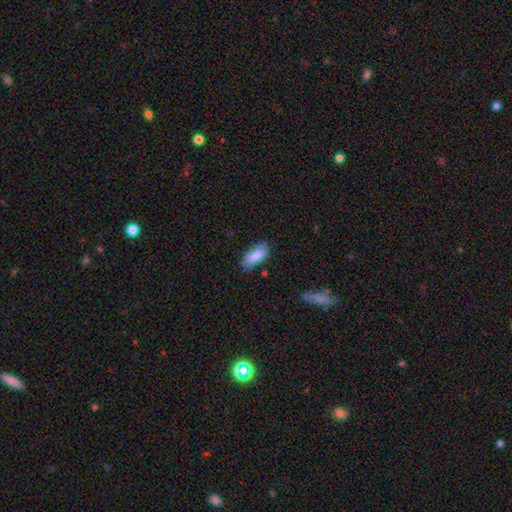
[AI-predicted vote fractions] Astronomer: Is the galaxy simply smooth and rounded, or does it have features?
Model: smooth — 87%.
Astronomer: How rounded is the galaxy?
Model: in between — 80%.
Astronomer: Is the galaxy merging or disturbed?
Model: none — 75%.